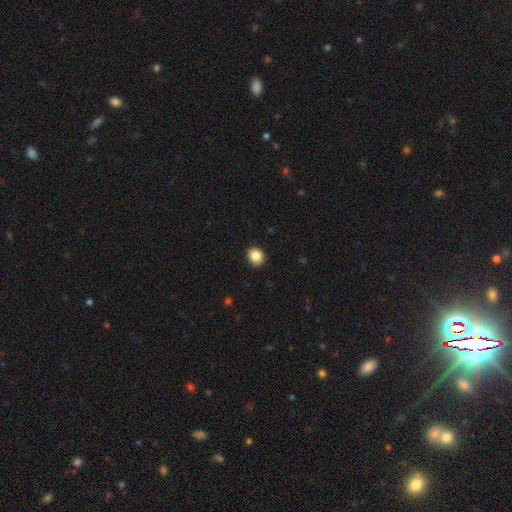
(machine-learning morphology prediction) Smooth or featured?
  - smooth: 86% *
  - star or artifact: 9%
  - featured or disk: 5%
How rounded?
  - round: 67% *
  - in between: 32%
  - cigar-shaped: 1%
Merging?
  - none: 89% *
  - minor disturbance: 8%
  - major disturbance: 2%
  - merger: 1%